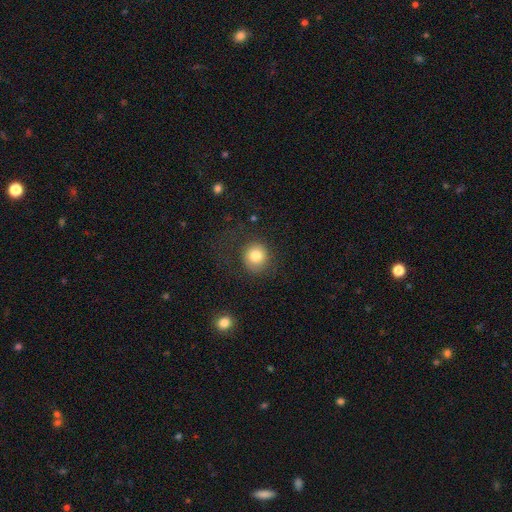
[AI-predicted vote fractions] Q: Smooth or featured?
A: smooth (80%); runner-up: featured or disk (10%)
Q: How rounded?
A: round (87%); runner-up: in between (13%)
Q: Merging?
A: none (75%); runner-up: minor disturbance (13%)